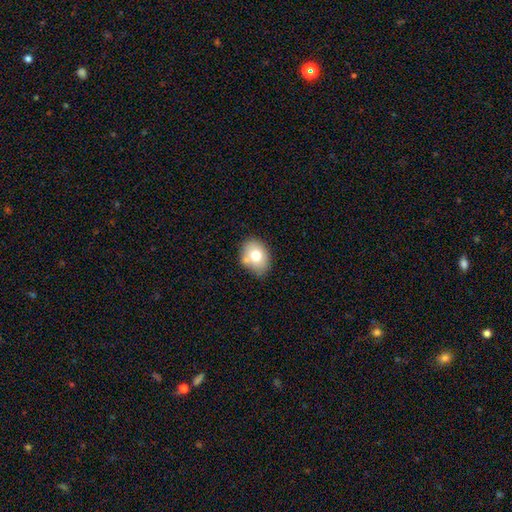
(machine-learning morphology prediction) This is likely a smooth galaxy (73%). How rounded: likely in between (62%). Merging: likely none (67%).